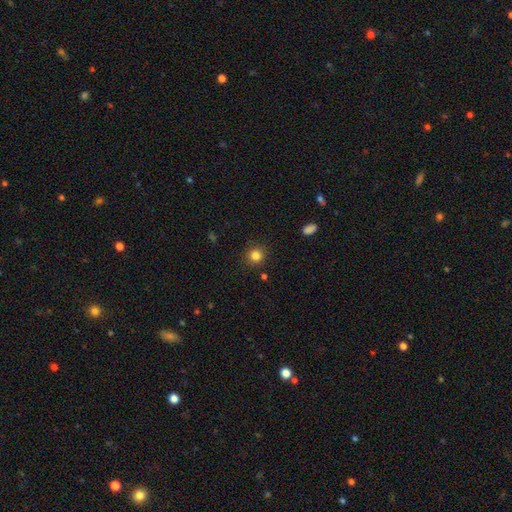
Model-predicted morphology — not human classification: Q: Smooth or featured?
A: smooth (83%); runner-up: star or artifact (12%)
Q: How rounded?
A: round (91%); runner-up: in between (8%)
Q: Merging?
A: none (89%); runner-up: minor disturbance (7%)